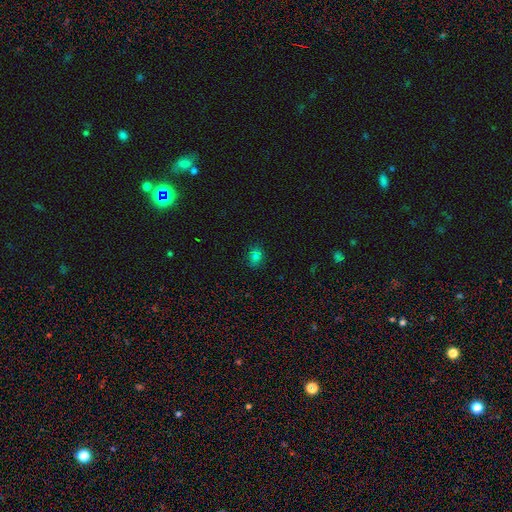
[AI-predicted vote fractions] smooth_or_featured: smooth (p=0.72) [alt: star or artifact p=0.21]
how_rounded: in between (p=0.64) [alt: round p=0.34]
merging: none (p=0.79) [alt: minor disturbance p=0.14]